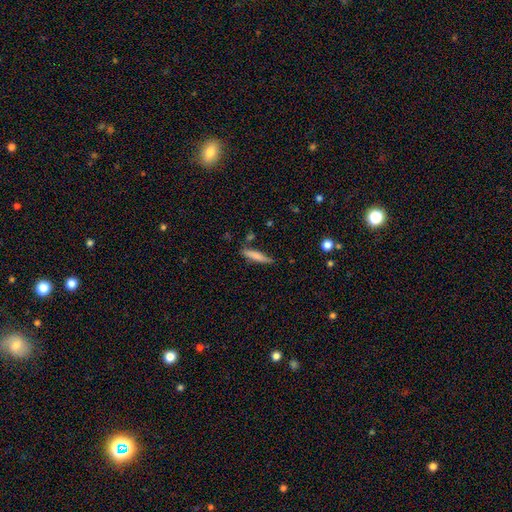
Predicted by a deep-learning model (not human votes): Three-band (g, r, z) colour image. It shows a smooth galaxy with no disk features (74%) that is cigar-shaped (85%). Merging: none (75%).